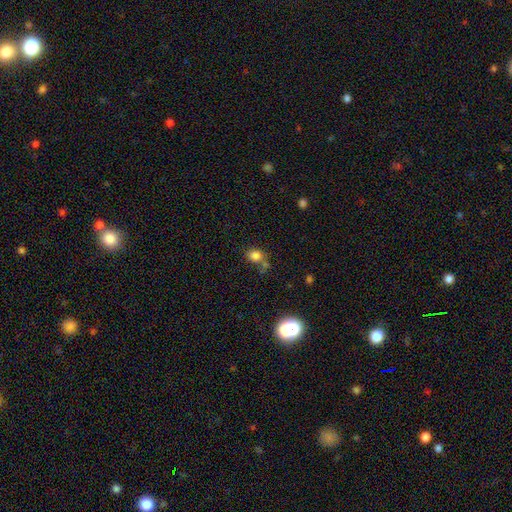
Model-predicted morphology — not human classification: smooth-or-featured: smooth: 80% | star or artifact: 13% | featured or disk: 7%
  how-rounded: round: 68% | in between: 31% | cigar-shaped: 1%
  merging: none: 56% | merger: 20% | minor disturbance: 17% | major disturbance: 7%